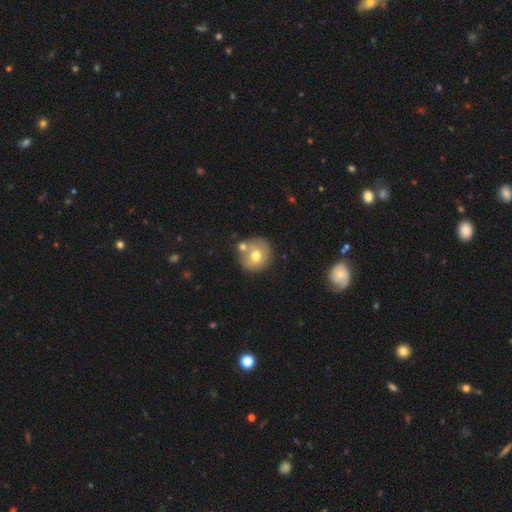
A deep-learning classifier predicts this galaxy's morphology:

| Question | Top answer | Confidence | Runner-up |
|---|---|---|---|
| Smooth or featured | smooth | 66% | featured or disk (24%) |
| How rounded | round | 90% | in between (9%) |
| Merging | none | 61% | merger (22%) |